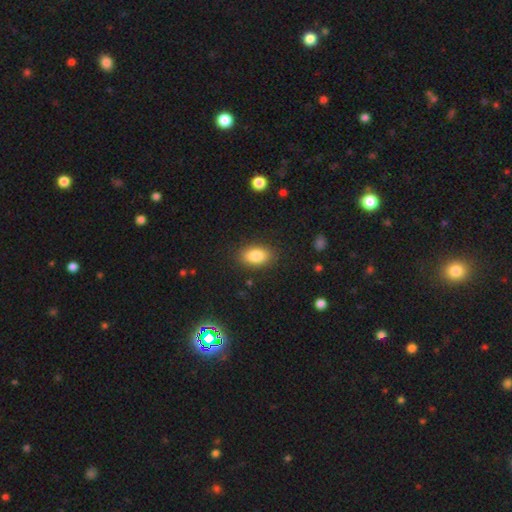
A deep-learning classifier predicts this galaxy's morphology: Q: Smooth or featured?
A: smooth (85%); runner-up: star or artifact (8%)
Q: How rounded?
A: in between (89%); runner-up: round (8%)
Q: Merging?
A: none (86%); runner-up: minor disturbance (10%)